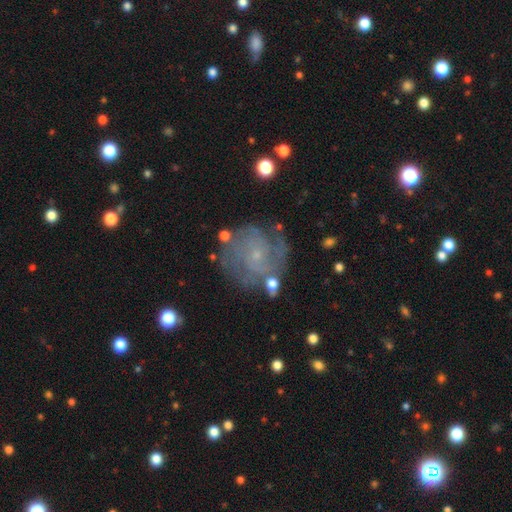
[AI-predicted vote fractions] Smooth or featured? featured or disk (75%)
Edge-on disk? no (98%)
Bar? no (74%)
Spiral arms? yes (90%)
Spiral winding? tight (58%)
Spiral arm count? can't tell (38%)
Bulge size? small (83%)
Merging? none (71%)